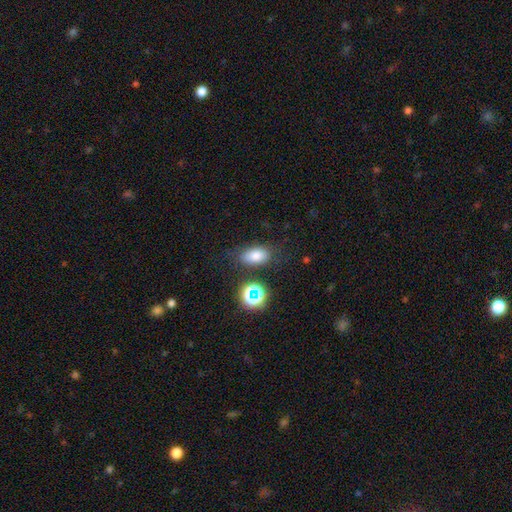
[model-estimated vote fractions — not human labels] Smooth or featured?
  - smooth: 75% *
  - star or artifact: 16%
  - featured or disk: 9%
How rounded?
  - in between: 85% *
  - round: 12%
  - cigar-shaped: 3%
Merging?
  - none: 77% *
  - minor disturbance: 14%
  - major disturbance: 5%
  - merger: 4%